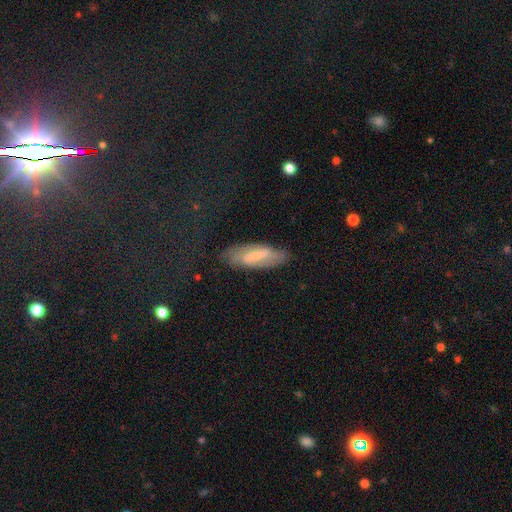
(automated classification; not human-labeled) Q: Smooth or featured?
A: featured or disk (56%); runner-up: smooth (36%)
Q: Edge-on disk?
A: no (79%); runner-up: yes (21%)
Q: Merging?
A: none (74%); runner-up: minor disturbance (19%)